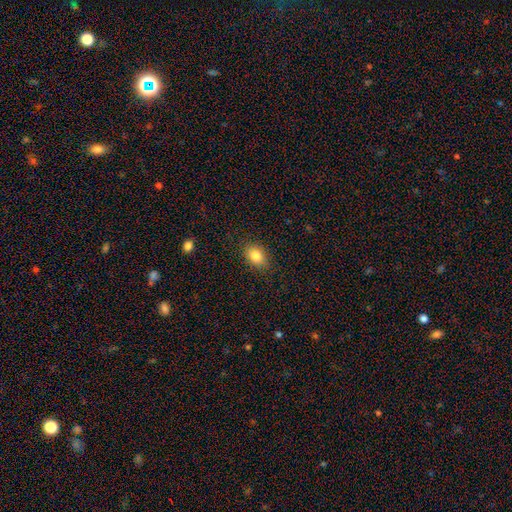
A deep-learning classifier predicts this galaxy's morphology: Overall: smooth (85%). How rounded: in between (76%). Merging: none (86%).